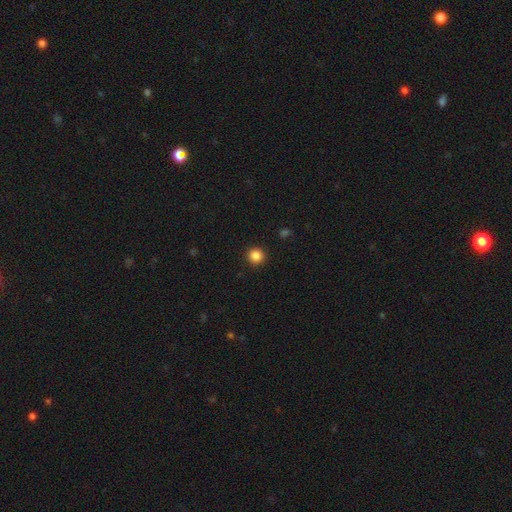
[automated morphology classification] smooth-or-featured: smooth: 86% | star or artifact: 11% | featured or disk: 3%
  how-rounded: round: 94% | in between: 5% | cigar-shaped: 1%
  merging: none: 93% | minor disturbance: 5% | major disturbance: 2% | merger: 1%